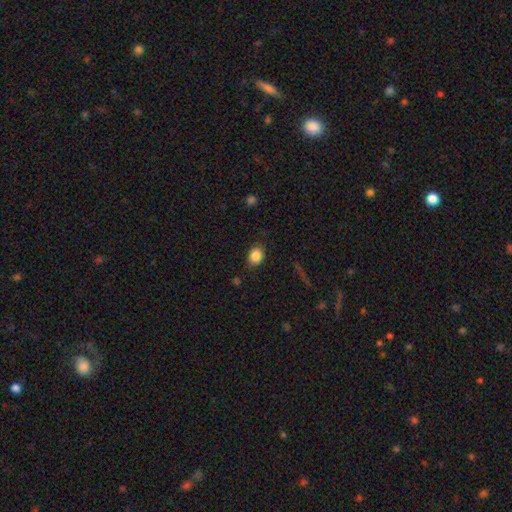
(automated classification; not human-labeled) smooth 86%, star or artifact 9%, featured or disk 5%. Down the decision tree: how rounded — in between (58%); merging — none (81%).